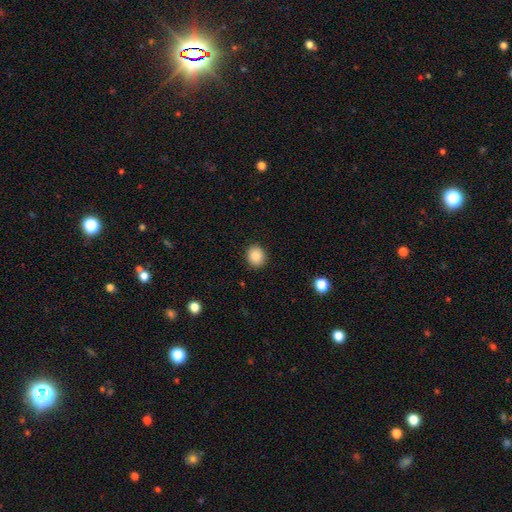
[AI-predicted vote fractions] Smooth or featured: smooth — 87% (star or artifact — 9%)
How rounded: round — 81% (in between — 18%)
Merging: none — 91% (minor disturbance — 6%)